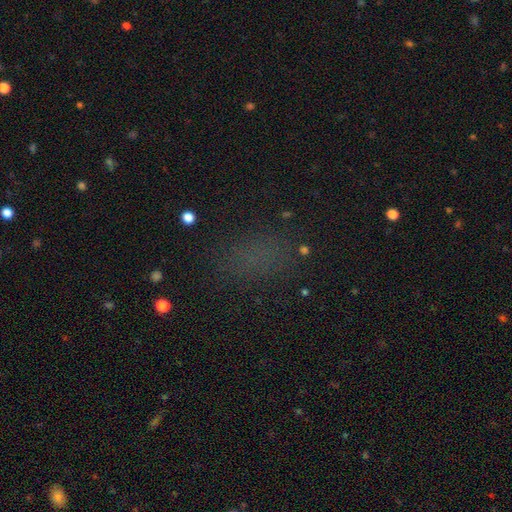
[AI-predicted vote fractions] smooth-or-featured: smooth: 58% | star or artifact: 34% | featured or disk: 8%
  how-rounded: in between: 73% | round: 20% | cigar-shaped: 7%
  merging: none: 78% | minor disturbance: 12% | major disturbance: 7% | merger: 2%